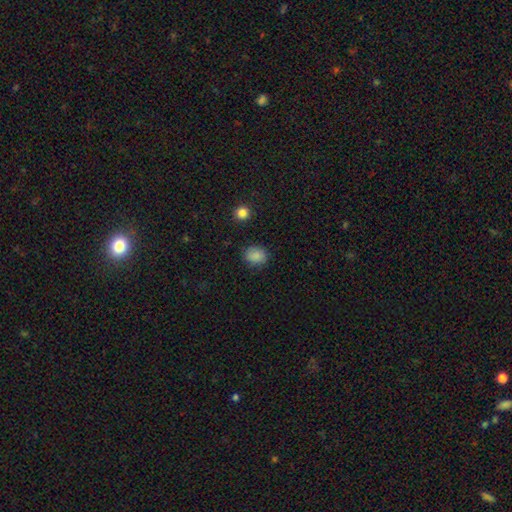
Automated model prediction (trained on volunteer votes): Overall: smooth (86%). How rounded: round (64%; in between 35%). Merging: none (81%).